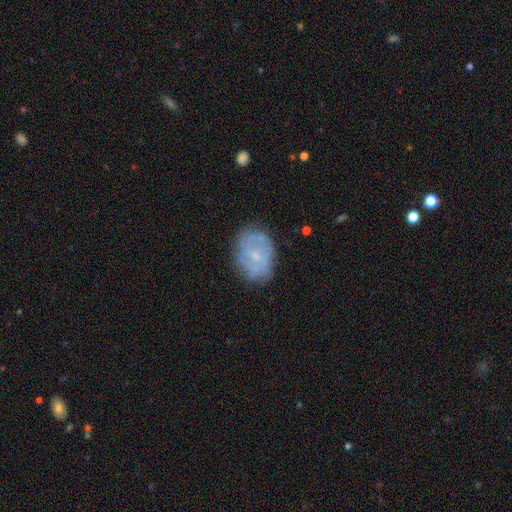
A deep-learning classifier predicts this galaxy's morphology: smooth_or_featured: featured or disk (p=0.54) [alt: smooth p=0.36]
disk_edge_on: no (p=0.96) [alt: yes p=0.04]
bar: no (p=0.73) [alt: weak p=0.23]
has_spiral_arms: yes (p=0.66) [alt: no p=0.34]
bulge_size: small (p=0.68) [alt: moderate p=0.24]
merging: none (p=0.76) [alt: minor disturbance p=0.17]